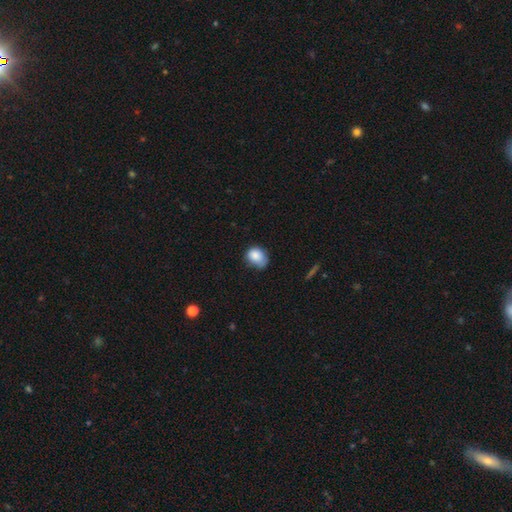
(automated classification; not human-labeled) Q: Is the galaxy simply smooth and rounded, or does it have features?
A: smooth — 84%.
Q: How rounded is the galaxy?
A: in between — 50%.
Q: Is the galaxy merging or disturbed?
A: none — 43%.